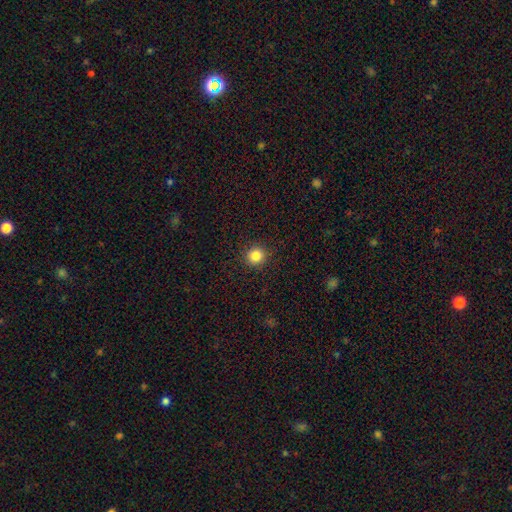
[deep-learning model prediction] Overall: smooth (84%). How rounded: round (93%). Merging: none (92%).